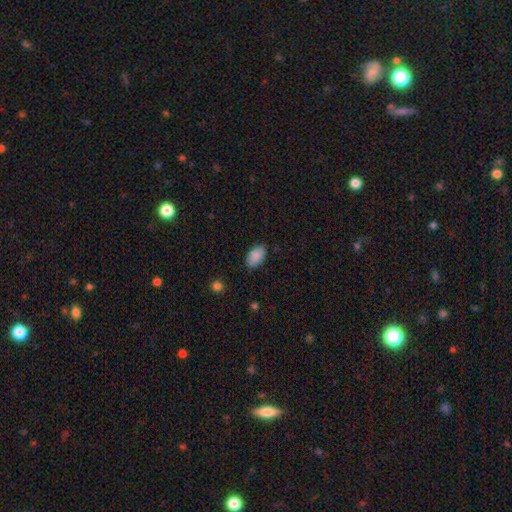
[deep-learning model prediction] Morphology: type=smooth (88%); roundness=in between (93%); merging=none (82%).